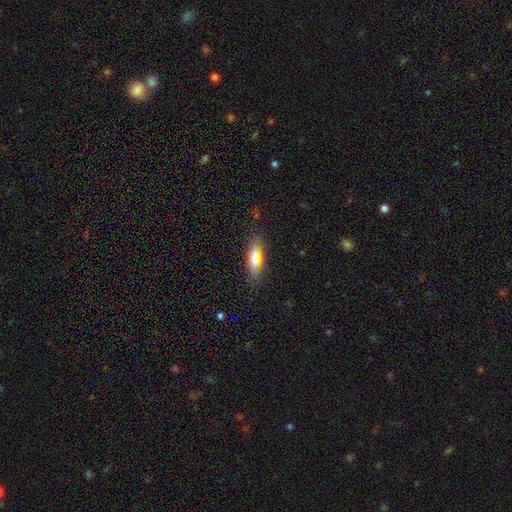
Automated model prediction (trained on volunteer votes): smooth_or_featured: smooth (p=0.64) [alt: featured or disk p=0.24]
how_rounded: cigar-shaped (p=0.50) [alt: in between p=0.47]
merging: none (p=0.83) [alt: minor disturbance p=0.12]